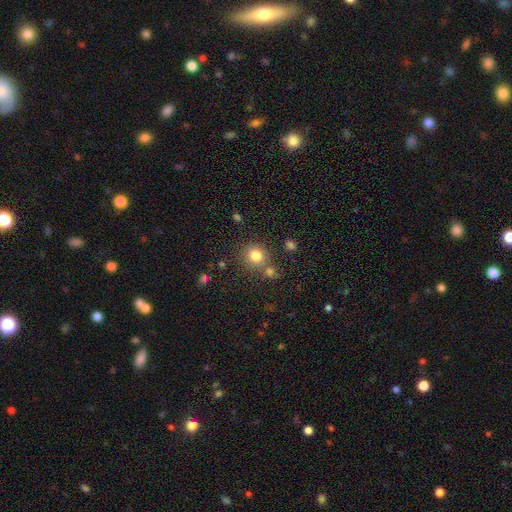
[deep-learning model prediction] smooth_or_featured: smooth (p=0.81) [alt: star or artifact p=0.12]
how_rounded: round (p=0.86) [alt: in between p=0.13]
merging: none (p=0.68) [alt: merger p=0.19]